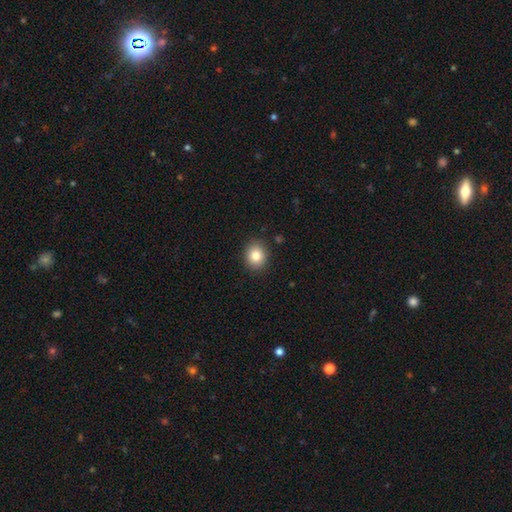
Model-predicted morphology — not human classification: Smooth or featured? smooth (84%)
How rounded? round (70%)
Merging? none (89%)